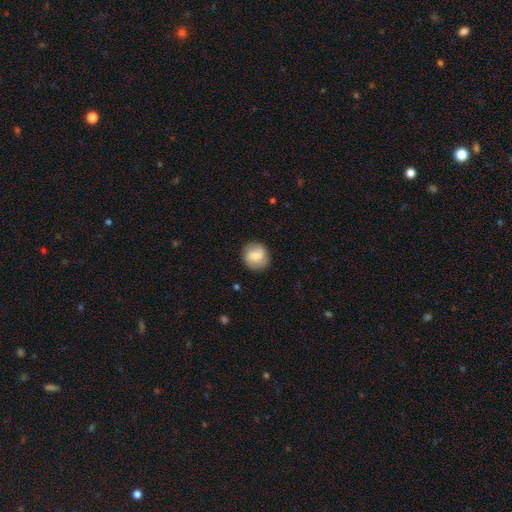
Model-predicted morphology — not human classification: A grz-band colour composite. It shows a smooth galaxy with no disk features (67%) that is round (88%). Merging: none (86%).